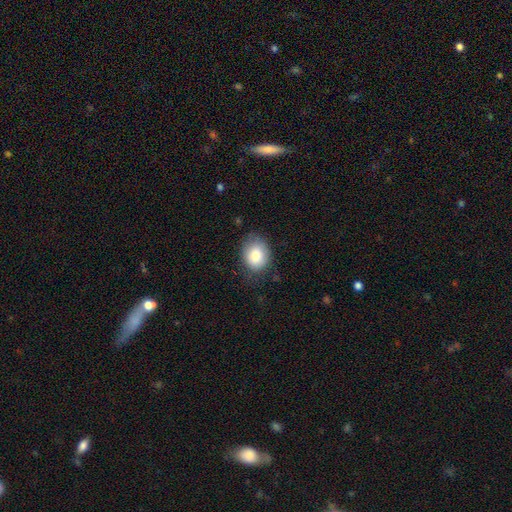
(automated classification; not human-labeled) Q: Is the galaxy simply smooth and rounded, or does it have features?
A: smooth — 84%.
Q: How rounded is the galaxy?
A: in between — 55%.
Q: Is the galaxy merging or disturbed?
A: none — 72%.